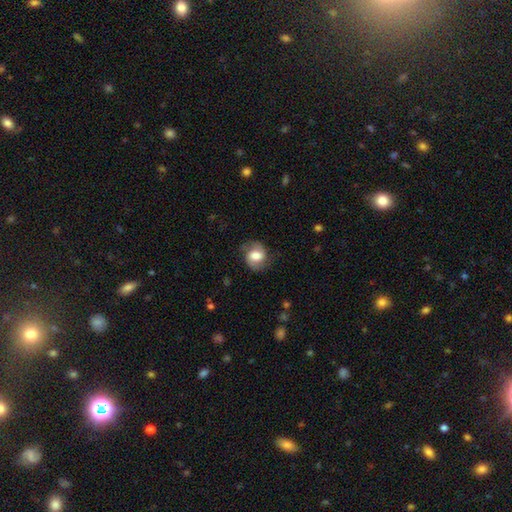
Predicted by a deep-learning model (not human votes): smooth 47%, featured or disk 46%, star or artifact 8%. Down the decision tree: merging — none (74%).